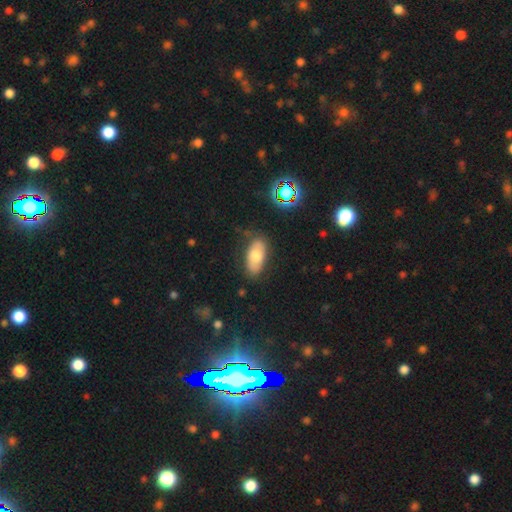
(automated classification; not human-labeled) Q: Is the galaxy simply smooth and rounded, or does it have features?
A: smooth — 66%.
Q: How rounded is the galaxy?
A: in between — 90%.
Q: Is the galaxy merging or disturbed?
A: none — 75%.